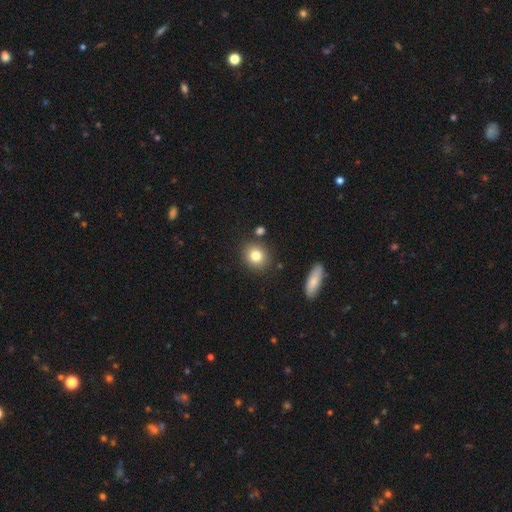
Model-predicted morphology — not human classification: This is clearly a smooth galaxy (81%). How rounded: likely round (78%). Merging: clearly none (83%).